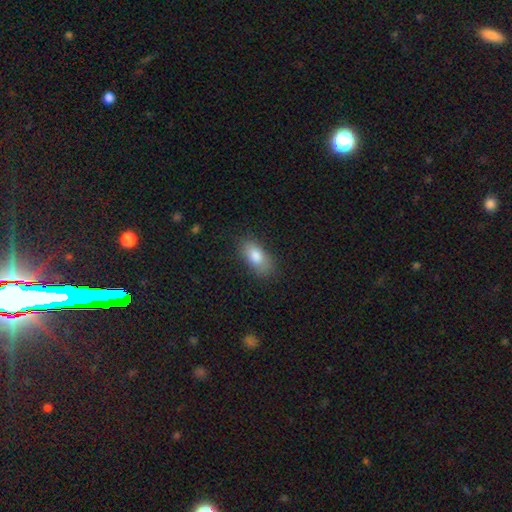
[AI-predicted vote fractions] Smooth or featured? Predicted: smooth (p=0.82). How rounded? Predicted: in between (p=0.87). Merging? Predicted: none (p=0.80).